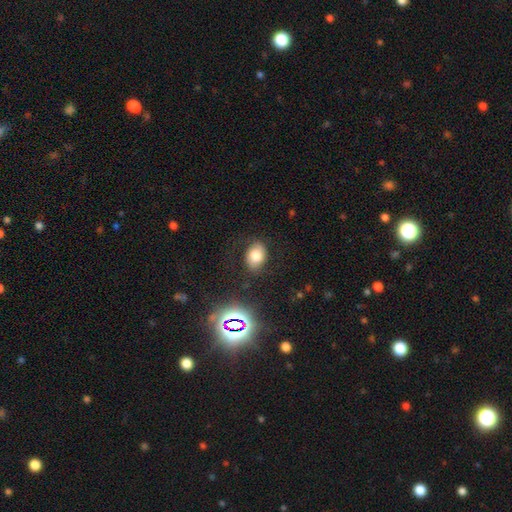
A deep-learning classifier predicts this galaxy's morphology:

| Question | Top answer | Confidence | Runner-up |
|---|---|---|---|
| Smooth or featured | smooth | 70% | featured or disk (18%) |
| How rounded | in between | 72% | round (27%) |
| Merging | none | 74% | minor disturbance (17%) |